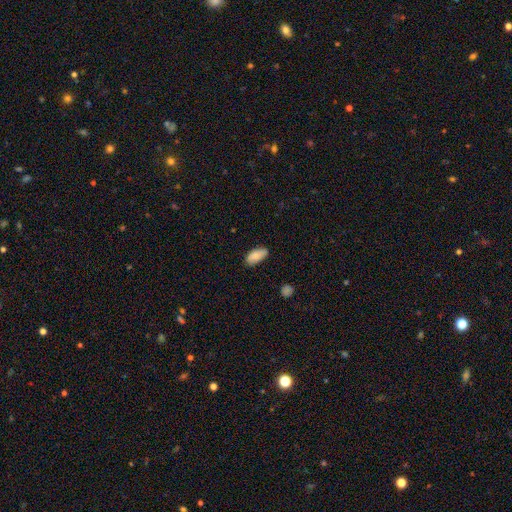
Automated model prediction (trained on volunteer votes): Smooth or featured? Predicted: smooth (p=0.86). How rounded? Predicted: in between (p=0.92). Merging? Predicted: none (p=0.79).